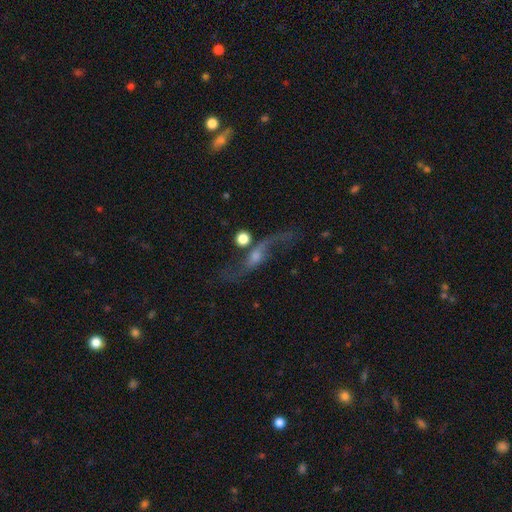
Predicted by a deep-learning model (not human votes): This appears to be a featured or disk galaxy (78%) with no bar (54%), 2 (88%) loose (90%) spiral arms (91%) and a moderate central bulge (45%). Merging: none (55%).